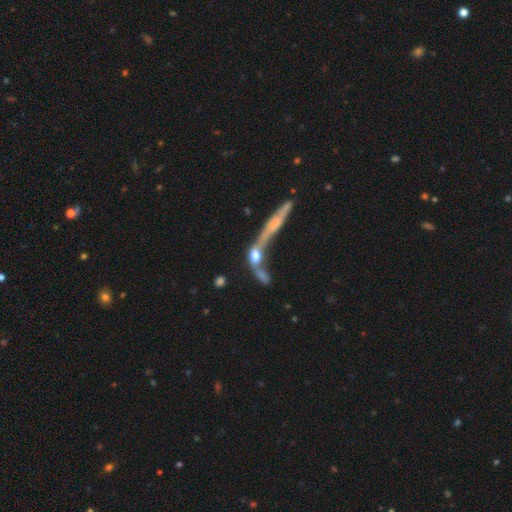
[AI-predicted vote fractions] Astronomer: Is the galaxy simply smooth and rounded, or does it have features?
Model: smooth — 45% (runner-up: featured or disk, 42%).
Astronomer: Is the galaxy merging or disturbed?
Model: merger — 58%.